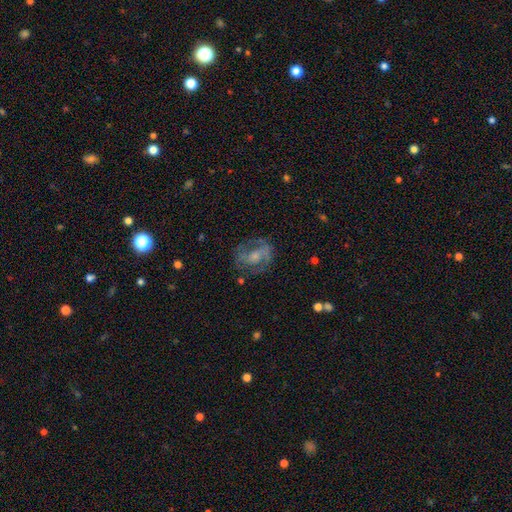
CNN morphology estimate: Q: Smooth or featured?
A: featured or disk (67%); runner-up: smooth (25%)
Q: Edge-on disk?
A: no (96%); runner-up: yes (4%)
Q: Bar?
A: no (47%); runner-up: weak (36%)
Q: Spiral arms?
A: yes (67%); runner-up: no (33%)
Q: Bulge size?
A: small (43%); runner-up: moderate (39%)
Q: Merging?
A: none (64%); runner-up: minor disturbance (18%)